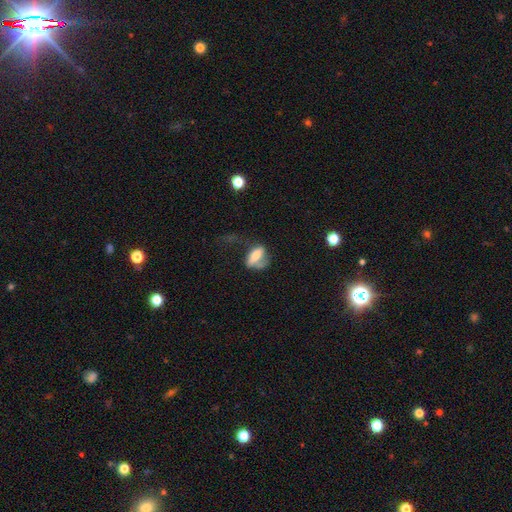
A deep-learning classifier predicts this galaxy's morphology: Smooth or featured? Predicted: smooth (p=0.60). How rounded? Predicted: in between (p=0.82). Merging? Predicted: major disturbance (p=0.41).